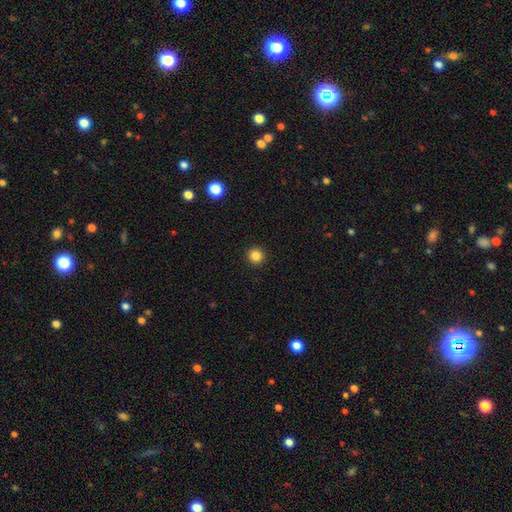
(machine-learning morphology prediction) Smooth or featured?
  - smooth: 84% *
  - star or artifact: 12%
  - featured or disk: 4%
How rounded?
  - round: 95% *
  - in between: 4%
  - cigar-shaped: 1%
Merging?
  - none: 94% *
  - minor disturbance: 4%
  - major disturbance: 1%
  - merger: 1%